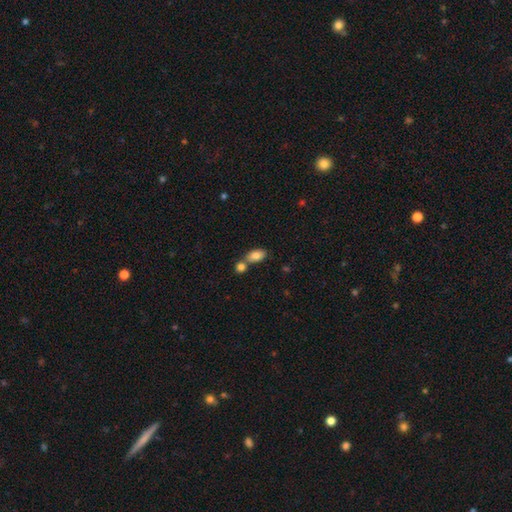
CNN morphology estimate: Smooth or featured? Predicted: smooth (p=0.83). How rounded? Predicted: in between (p=0.90). Merging? Predicted: none (p=0.48).